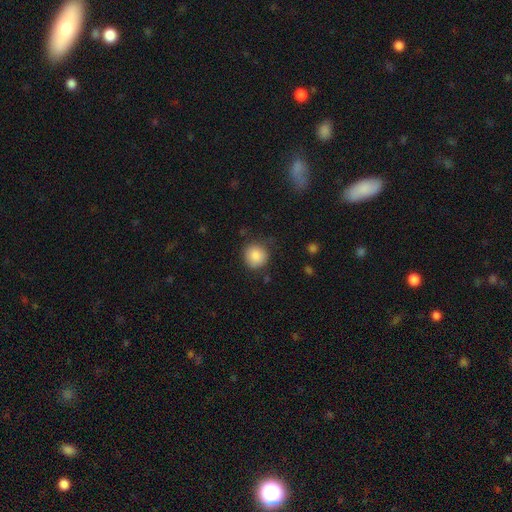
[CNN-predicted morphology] type=smooth (87%); roundness=round (88%); merging=none (78%).